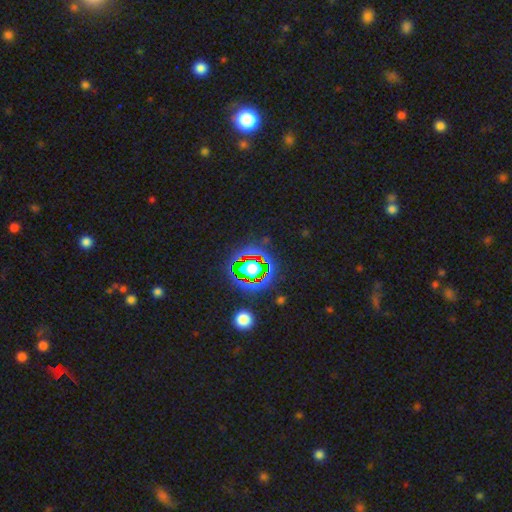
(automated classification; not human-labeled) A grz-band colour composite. It shows a star or artifact, not a galaxy (79%).